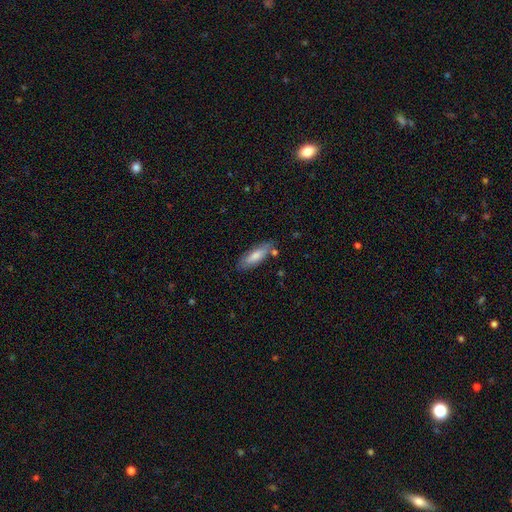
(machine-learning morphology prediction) smooth-or-featured: smooth: 75% | featured or disk: 19% | star or artifact: 6%
  how-rounded: in between: 57% | cigar-shaped: 42% | round: 2%
  merging: none: 74% | minor disturbance: 17% | merger: 5% | major disturbance: 4%